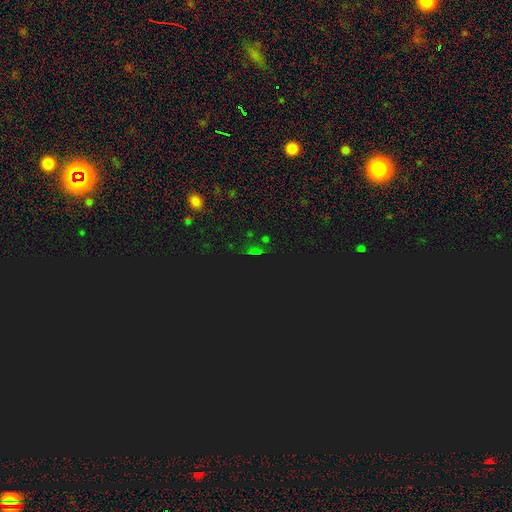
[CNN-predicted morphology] Smooth or featured? Predicted: star or artifact (p=0.75).